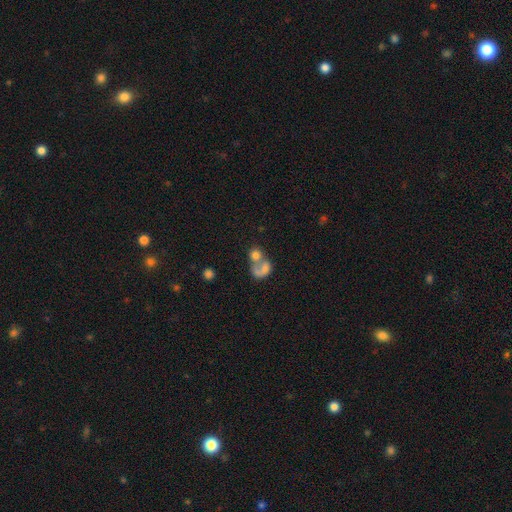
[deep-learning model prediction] Smooth or featured: smooth — 45% (featured or disk — 34%)
Merging: merger — 52% (none — 28%)